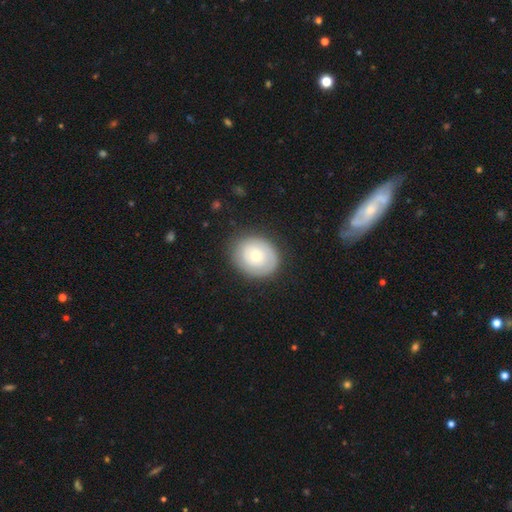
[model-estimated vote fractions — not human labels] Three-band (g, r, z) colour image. It shows a featured or disk galaxy (50%). Merging: none (82%).